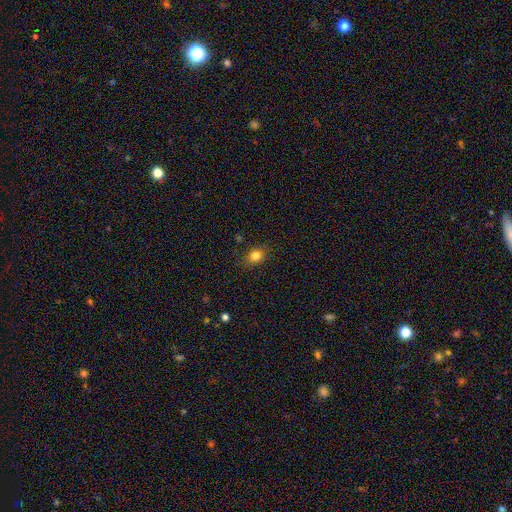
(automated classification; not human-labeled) A smooth galaxy with no disk features (82%) that is round (53%).

Vote fractions:
- Smooth or featured? smooth: 82% / star or artifact: 12% / featured or disk: 7%
- How rounded? round: 53% / in between: 46% / cigar-shaped: 1%
- Merging? none: 84% / minor disturbance: 12% / major disturbance: 3% / merger: 1%